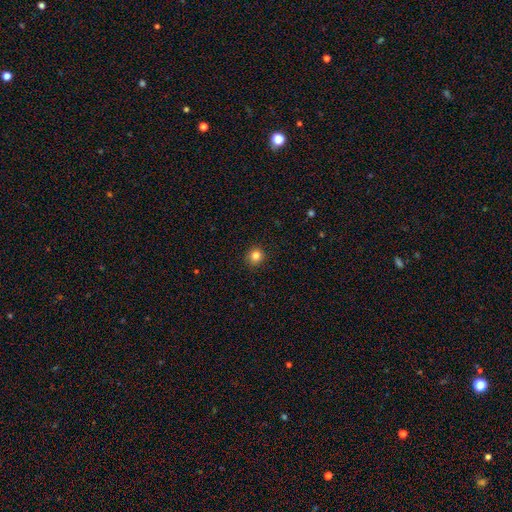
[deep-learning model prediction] Smooth or featured: smooth — 83% (star or artifact — 12%)
How rounded: round — 92% (in between — 7%)
Merging: none — 92% (minor disturbance — 5%)